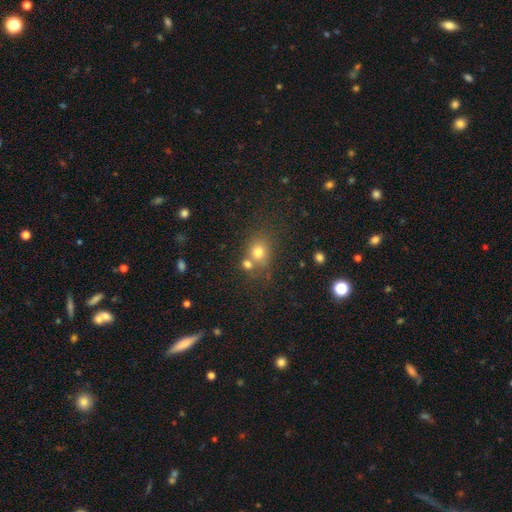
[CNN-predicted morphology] smooth_or_featured: smooth (p=0.65) [alt: star or artifact p=0.23]
how_rounded: round (p=0.74) [alt: in between p=0.25]
merging: none (p=0.60) [alt: merger p=0.25]